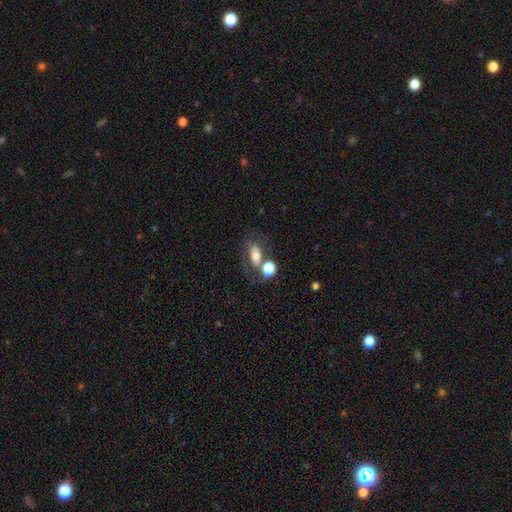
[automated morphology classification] The model was most divided on "merging": none: 37%, merger: 34%, minor disturbance: 15%, major disturbance: 14%. More confident: how rounded — in between (77%); smooth or featured — smooth (61%).